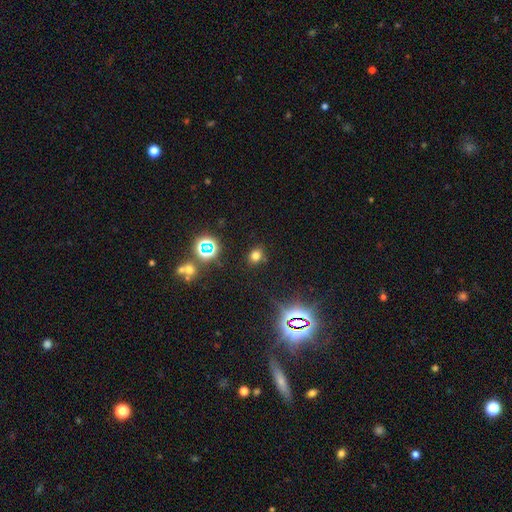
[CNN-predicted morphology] This appears to be a smooth galaxy with no disk features (67%) that is round (60%). Merging: none (83%).